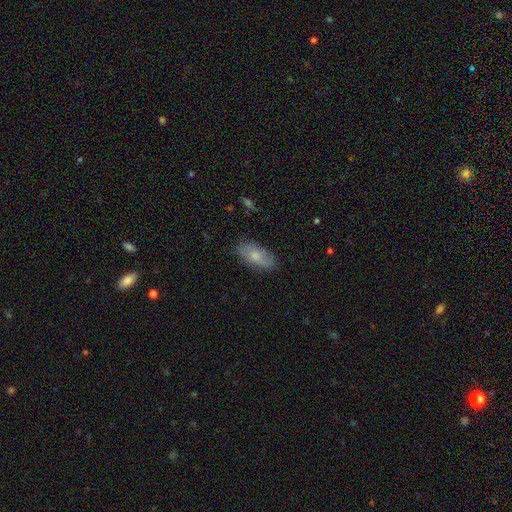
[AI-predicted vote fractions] This appears to be a smooth galaxy with no disk features (71%) that is in between round and cigar-shaped (87%). Merging: none (81%).